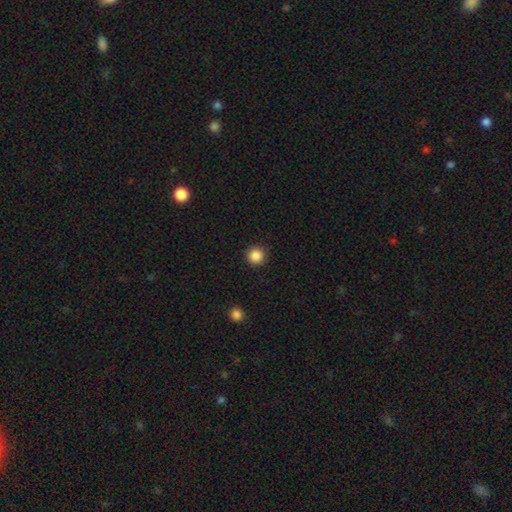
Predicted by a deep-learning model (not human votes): A smooth galaxy with no disk features (87%) that is round (95%). Merging: none (91%).